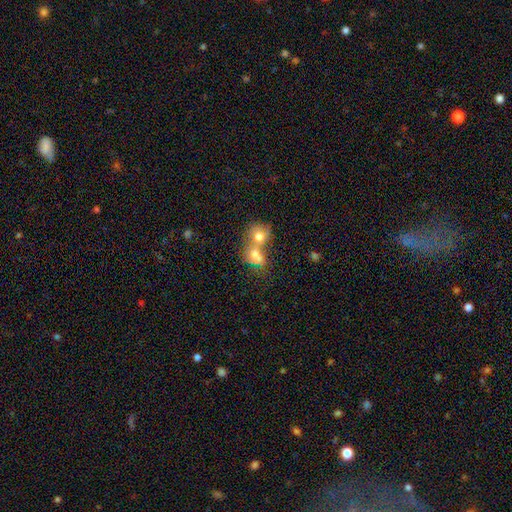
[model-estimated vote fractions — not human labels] Overall: smooth (69%). How rounded: round (52%; in between 46%). Merging: merger (72%).